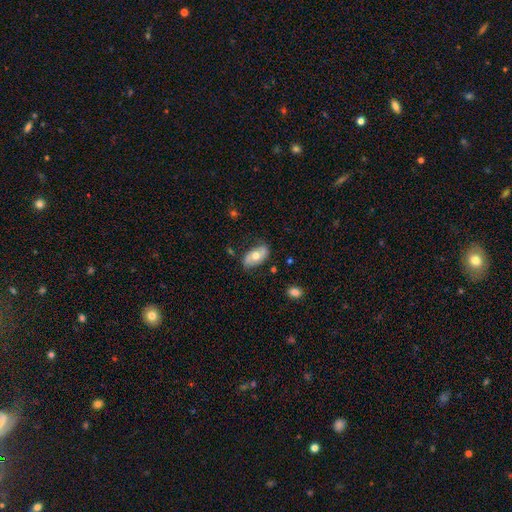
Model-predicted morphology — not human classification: Smooth or featured? smooth (51%)
How rounded? in between (93%)
Merging? none (73%)